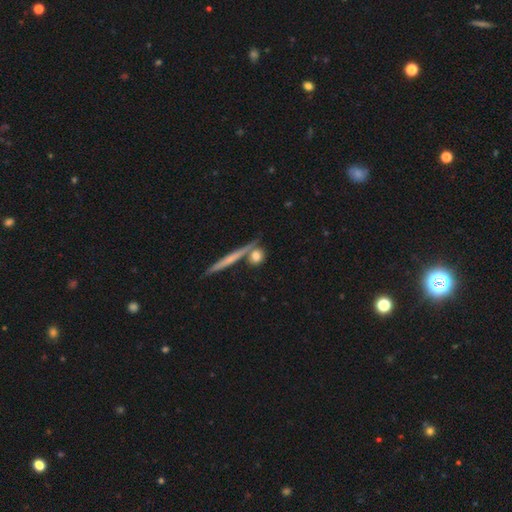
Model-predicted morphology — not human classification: smooth 72%, featured or disk 20%, star or artifact 8%. Down the decision tree: how rounded — round (63%); merging — none (67%).